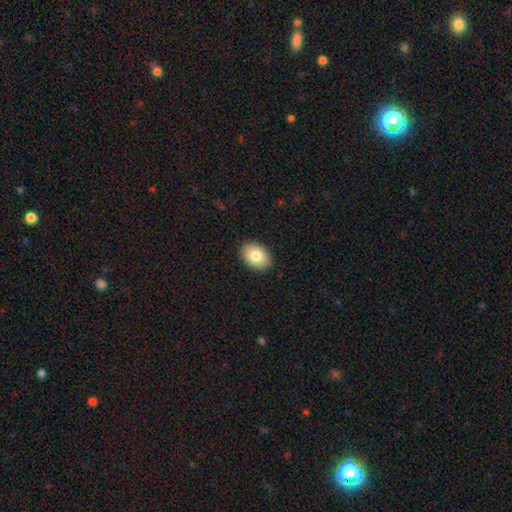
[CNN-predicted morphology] This is clearly a smooth galaxy (82%). How rounded: clearly in between (80%). Merging: clearly none (90%).